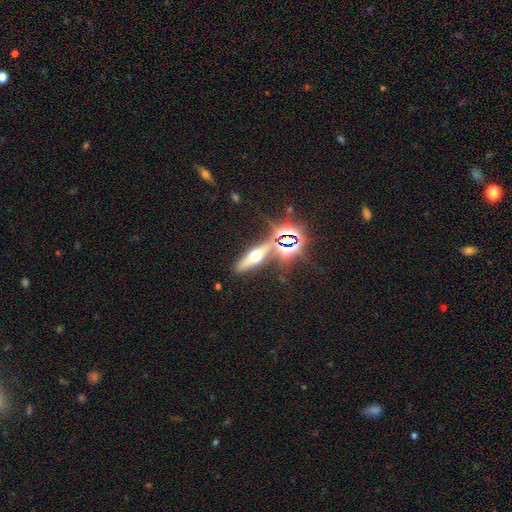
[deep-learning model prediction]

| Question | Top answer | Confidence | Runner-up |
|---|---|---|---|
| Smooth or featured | featured or disk | 46% | smooth (30%) |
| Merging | none | 80% | minor disturbance (10%) |